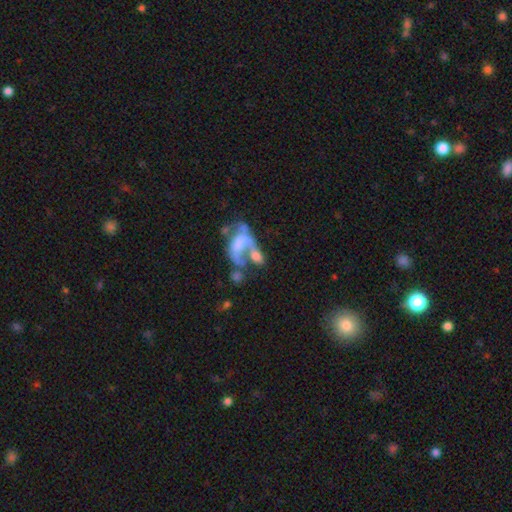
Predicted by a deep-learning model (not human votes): featured or disk 54%, smooth 33%, star or artifact 12%. Down the decision tree: edge-on disk — no (97%); bar — no (79%); spiral arms — no (73%); bulge size — none (58%); merging — merger (43%).